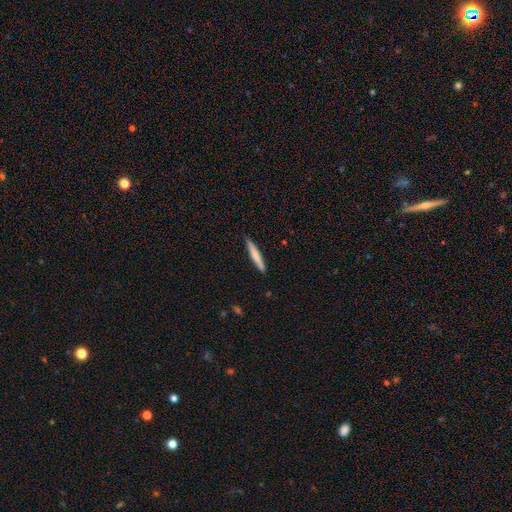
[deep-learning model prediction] This appears to be a smooth galaxy with no disk features (69%) that is cigar-shaped (95%). Merging: none (90%).